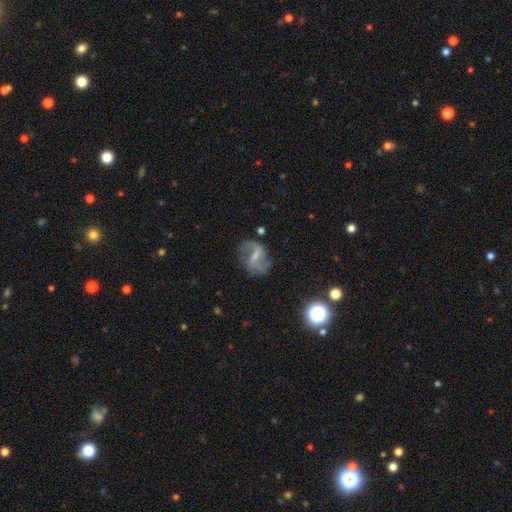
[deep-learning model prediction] A featured or disk galaxy (80%) with a weak bar (47%), 2 (88%) loose (52%) spiral arms (92%) and a small central bulge (61%).

Vote fractions:
- Smooth or featured? featured or disk: 80% / smooth: 11% / star or artifact: 9%
- Edge-on disk? no: 97% / yes: 3%
- Bar? weak: 47% / strong: 34% / no: 19%
- Spiral arms? yes: 92% / no: 8%
- Spiral winding? loose: 52% / medium: 37% / tight: 11%
- Spiral arm count? 2: 88% / can't tell: 5% / 1: 3% / 3: 2% / 4: 1% / more than 4: 1%
- Bulge size? small: 61% / moderate: 26% / none: 10% / large: 2% / dominant: 1%
- Merging? none: 76% / minor disturbance: 15% / major disturbance: 7% / merger: 2%